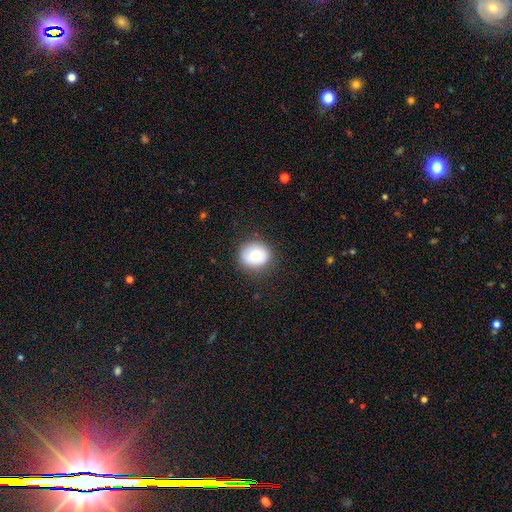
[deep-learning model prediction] This is likely a smooth galaxy (76%). How rounded: likely round (78%). Merging: clearly none (85%).